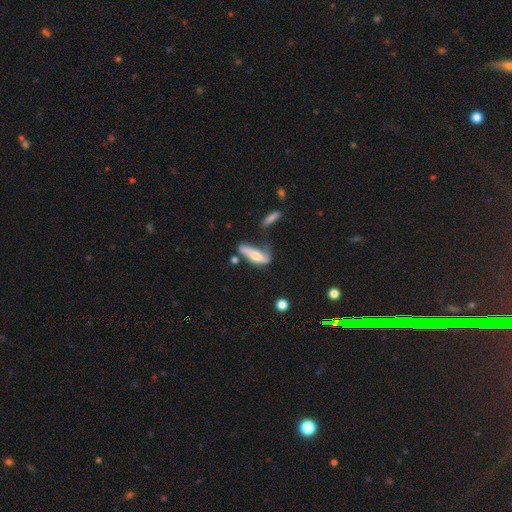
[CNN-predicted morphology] A smooth galaxy with no disk features (48%). Merging: none (32%).